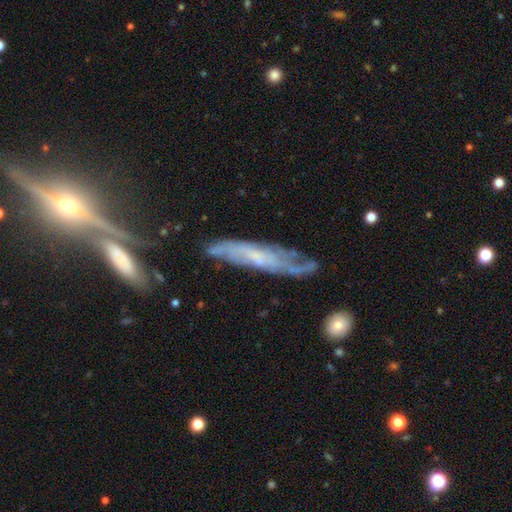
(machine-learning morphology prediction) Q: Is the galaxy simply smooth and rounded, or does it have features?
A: featured or disk — 67%.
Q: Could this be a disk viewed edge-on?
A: no — 59%.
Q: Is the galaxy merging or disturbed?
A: none — 59%.